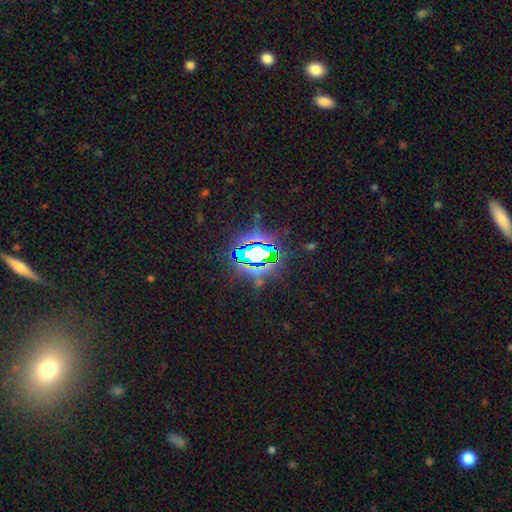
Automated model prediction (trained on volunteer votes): star or artifact 78%, smooth 11%, featured or disk 11%.